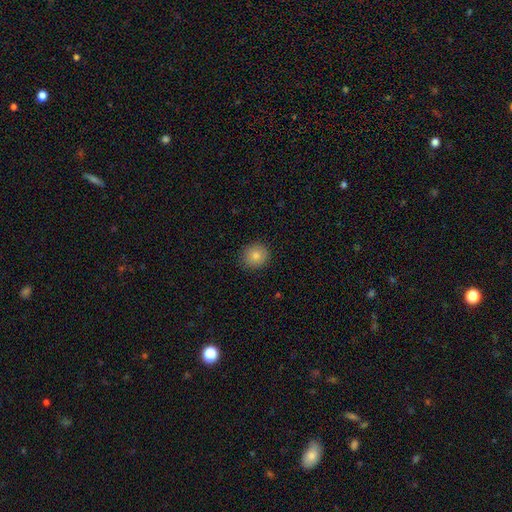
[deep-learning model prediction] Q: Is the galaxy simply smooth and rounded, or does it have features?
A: smooth — 83%.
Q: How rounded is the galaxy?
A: round — 88%.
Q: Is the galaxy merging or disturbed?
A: none — 90%.